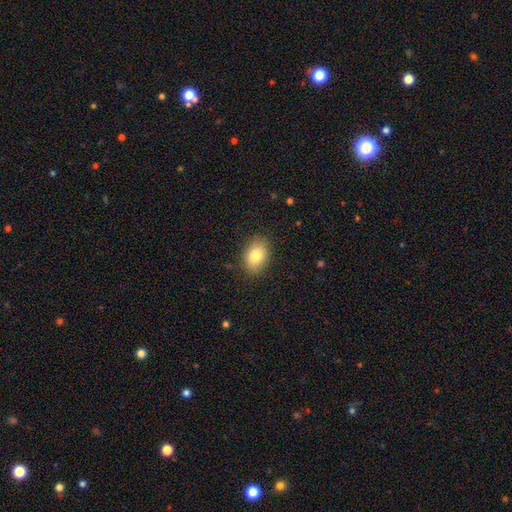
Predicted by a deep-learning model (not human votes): smooth_or_featured: smooth (p=0.82) [alt: featured or disk p=0.10]
how_rounded: in between (p=0.83) [alt: round p=0.16]
merging: none (p=0.86) [alt: minor disturbance p=0.10]